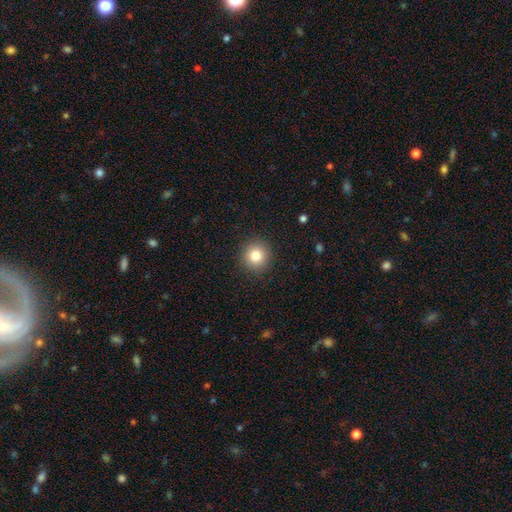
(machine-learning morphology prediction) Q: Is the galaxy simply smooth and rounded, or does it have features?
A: smooth — 82%.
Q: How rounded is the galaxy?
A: round — 93%.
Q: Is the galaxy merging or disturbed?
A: none — 91%.